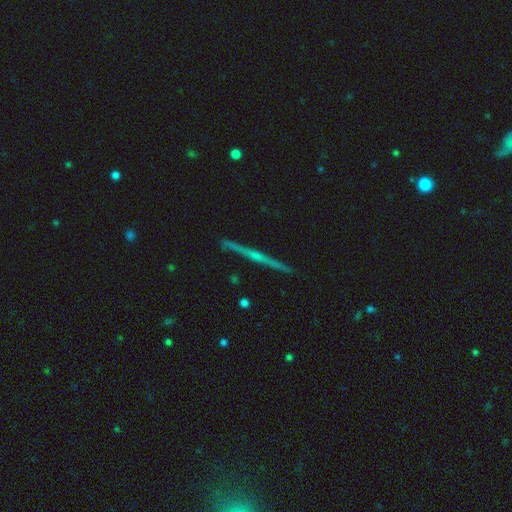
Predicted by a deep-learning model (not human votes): This appears to be a featured or disk galaxy (75%) viewed edge-on (97%) with a rounded central bulge (62%). Merging: none (90%).